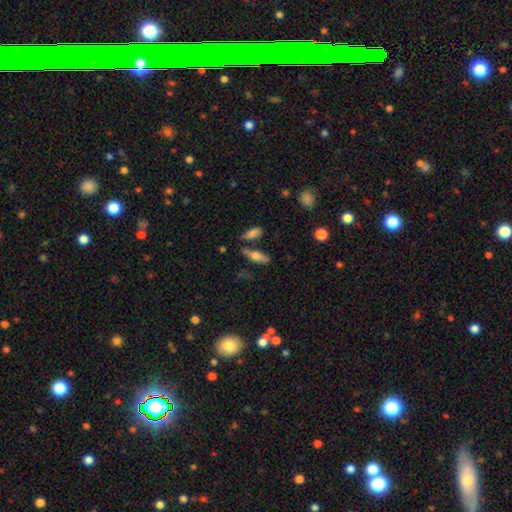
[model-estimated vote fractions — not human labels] smooth 58%, featured or disk 34%, star or artifact 8%. Down the decision tree: how rounded — cigar-shaped (49%); merging — none (67%).